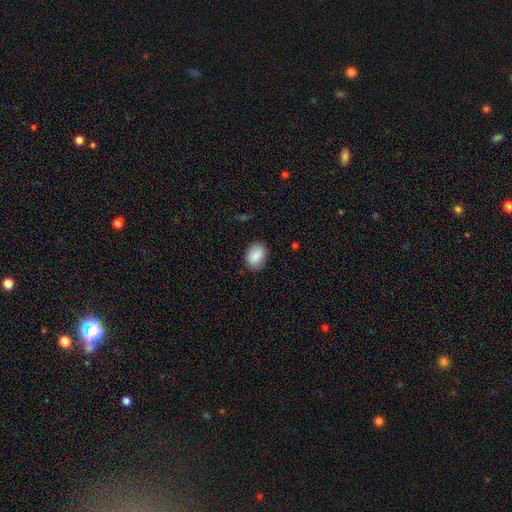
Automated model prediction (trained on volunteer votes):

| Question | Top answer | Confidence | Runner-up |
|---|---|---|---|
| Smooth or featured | smooth | 88% | star or artifact (7%) |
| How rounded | in between | 81% | round (18%) |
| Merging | none | 83% | minor disturbance (13%) |